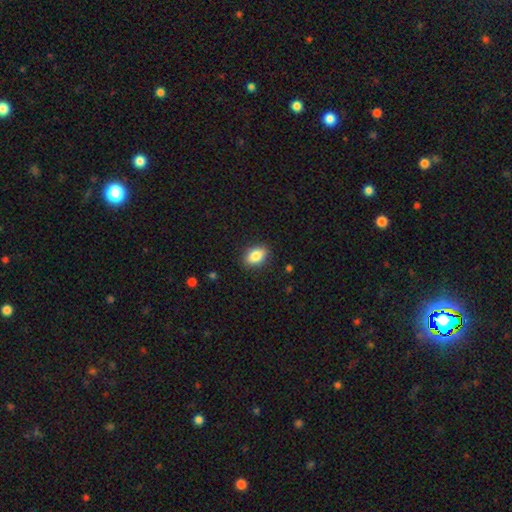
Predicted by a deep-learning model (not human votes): Smooth or featured: smooth — 85% (star or artifact — 8%)
How rounded: in between — 86% (round — 12%)
Merging: none — 88% (minor disturbance — 8%)